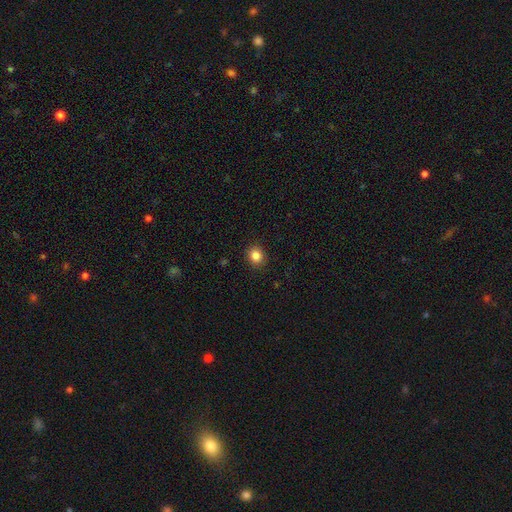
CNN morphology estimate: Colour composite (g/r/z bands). It shows a smooth galaxy with no disk features (84%) that is round (77%). Merging: none (91%).